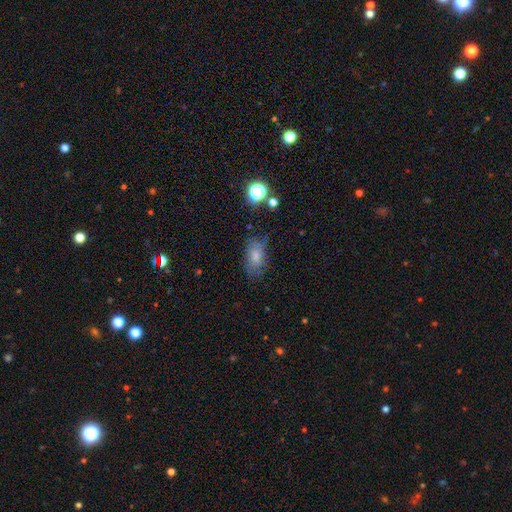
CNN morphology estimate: A smooth galaxy with no disk features (65%) that is in between round and cigar-shaped (87%). Merging: none (62%).